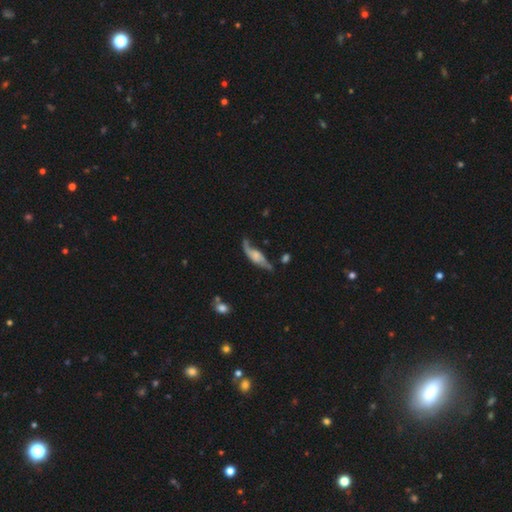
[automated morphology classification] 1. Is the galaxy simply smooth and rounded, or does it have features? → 65% featured or disk, 28% smooth, 7% star or artifact.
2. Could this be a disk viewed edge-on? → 66% no, 34% yes.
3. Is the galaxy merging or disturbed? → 50% none, 28% minor disturbance, 16% major disturbance, 6% merger.